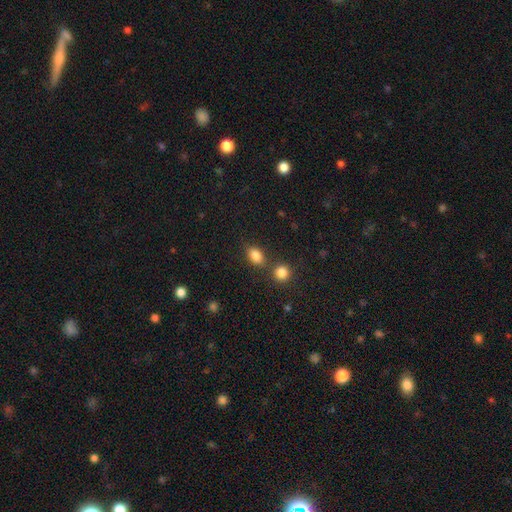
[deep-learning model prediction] Smooth or featured: smooth — 84% (star or artifact — 10%)
How rounded: in between — 82% (round — 15%)
Merging: none — 69% (merger — 16%)